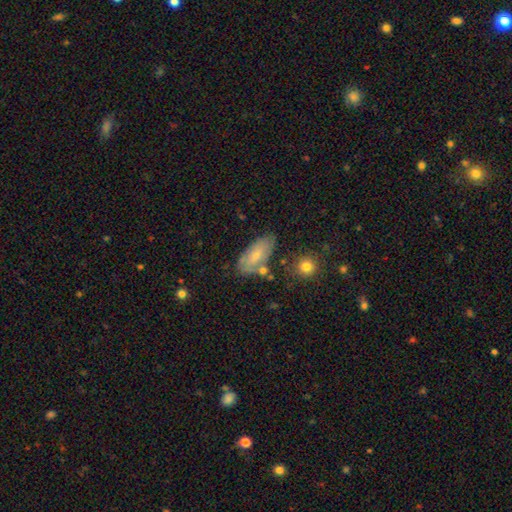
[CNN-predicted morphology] A smooth galaxy with no disk features (63%) that is in between round and cigar-shaped (87%). Merging: none (66%).